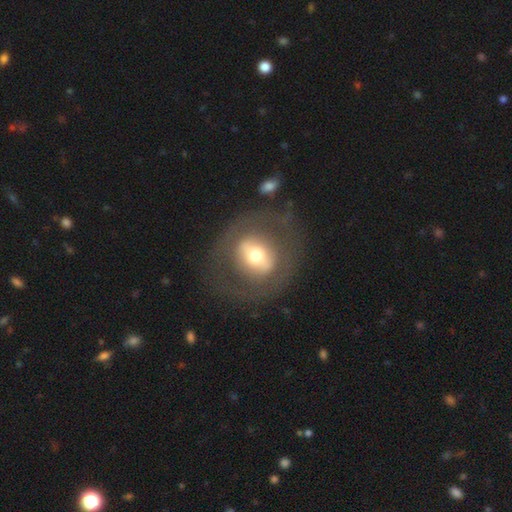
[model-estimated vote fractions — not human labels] Overall: featured or disk (53%; smooth 39%). Edge-on disk: no (92%). Merging: none (75%).